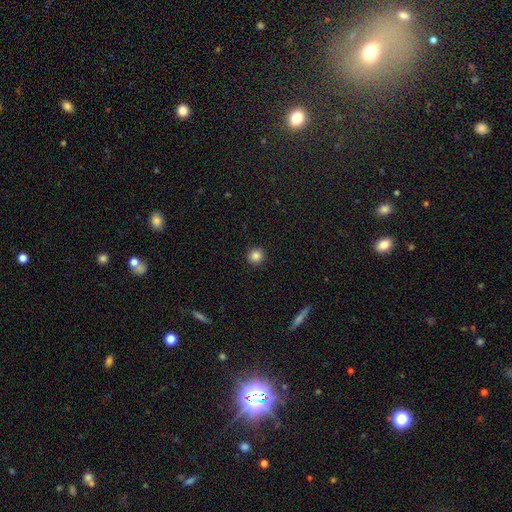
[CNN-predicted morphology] Smooth or featured? smooth (85%)
How rounded? round (93%)
Merging? none (92%)